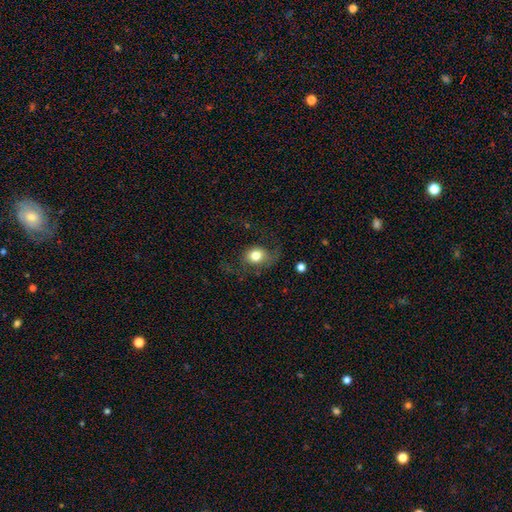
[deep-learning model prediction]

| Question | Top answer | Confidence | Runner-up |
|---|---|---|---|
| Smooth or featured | smooth | 69% | featured or disk (22%) |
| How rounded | round | 62% | in between (37%) |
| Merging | none | 50% | major disturbance (27%) |